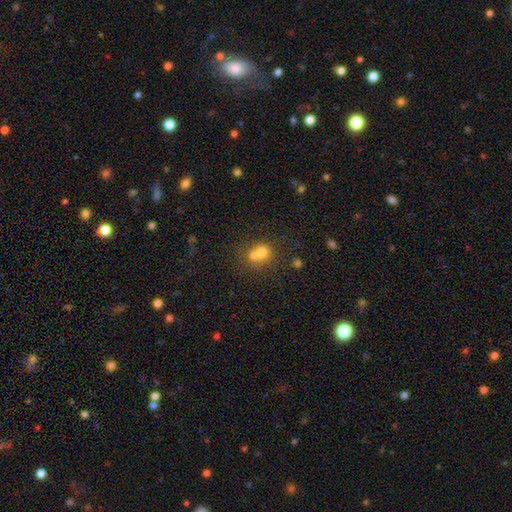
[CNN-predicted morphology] Overall: smooth (65%). How rounded: round (73%). Merging: merger (55%; none 34%).